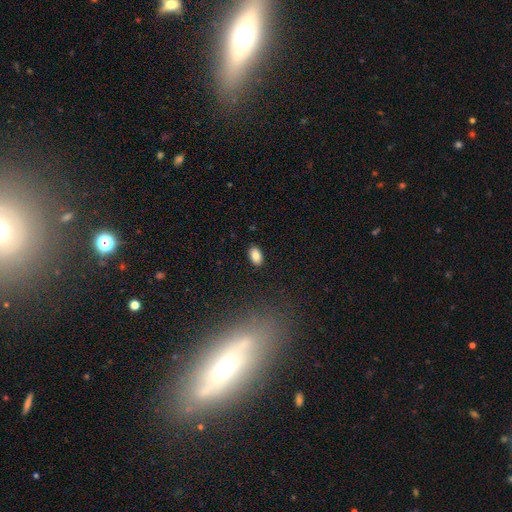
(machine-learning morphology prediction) Smooth or featured? smooth (84%)
How rounded? in between (92%)
Merging? none (88%)